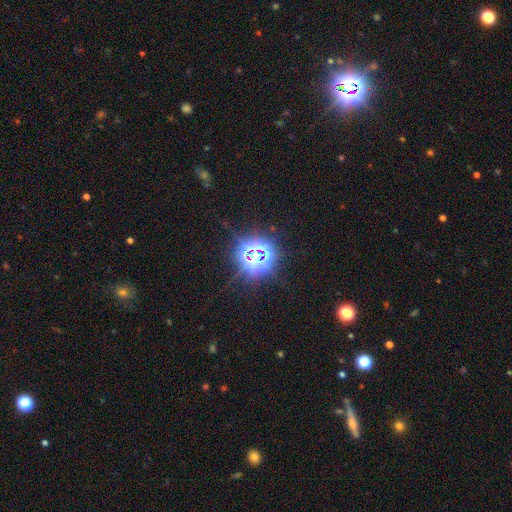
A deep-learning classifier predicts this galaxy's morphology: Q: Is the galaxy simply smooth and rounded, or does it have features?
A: star or artifact — 80%.